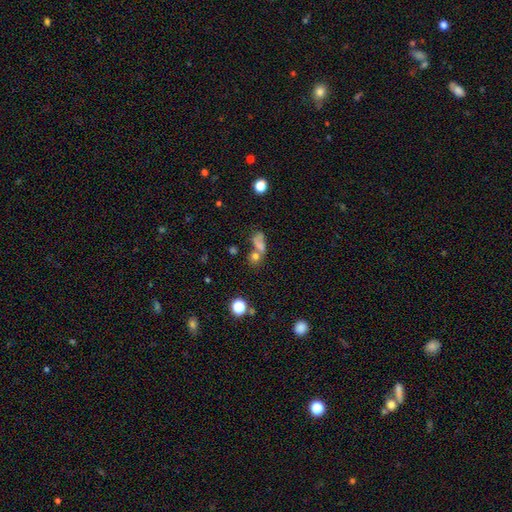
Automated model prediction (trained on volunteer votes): Smooth or featured? smooth (59%)
How rounded? round (50%)
Merging? merger (45%)